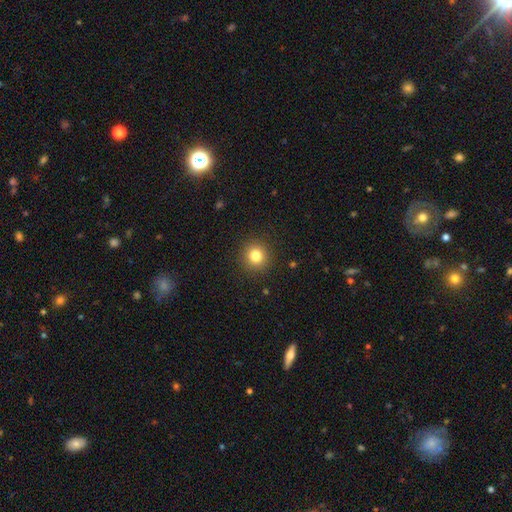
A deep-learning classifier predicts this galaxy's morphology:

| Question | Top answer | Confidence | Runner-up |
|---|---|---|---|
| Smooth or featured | smooth | 81% | star or artifact (12%) |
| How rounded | round | 93% | in between (6%) |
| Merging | none | 91% | minor disturbance (6%) |